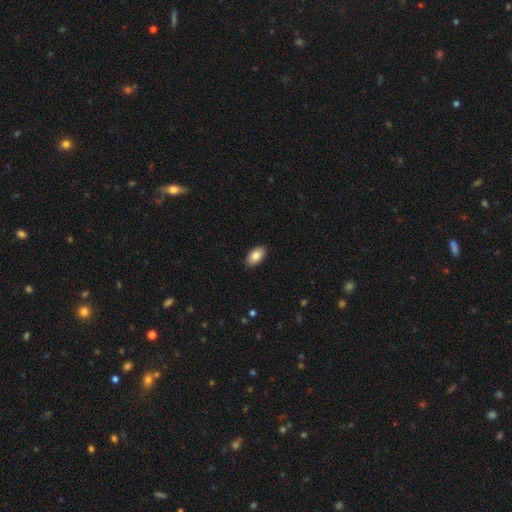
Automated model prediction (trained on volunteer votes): smooth-or-featured: smooth: 85% | featured or disk: 8% | star or artifact: 7%
  how-rounded: in between: 94% | round: 4% | cigar-shaped: 2%
  merging: none: 89% | minor disturbance: 8% | major disturbance: 2% | merger: 1%